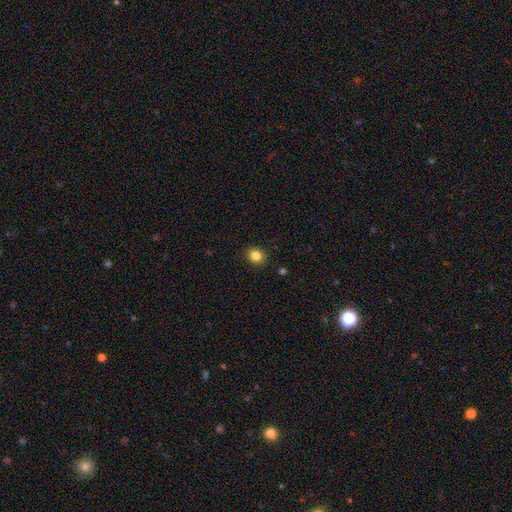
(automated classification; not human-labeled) smooth 83%, star or artifact 11%, featured or disk 6%. Down the decision tree: how rounded — round (72%); merging — none (90%).